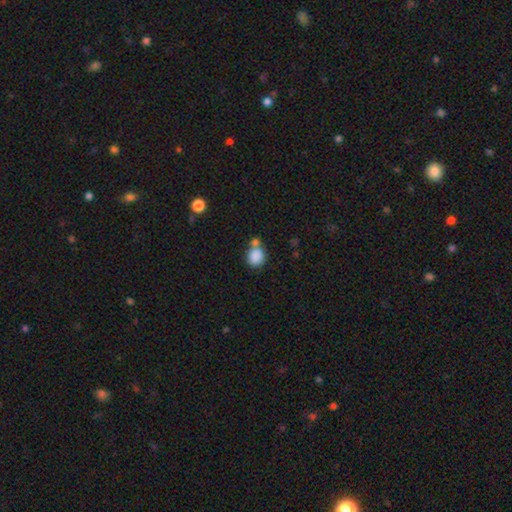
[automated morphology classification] A smooth galaxy with no disk features (86%) that is round (77%).

Vote fractions:
- Smooth or featured? smooth: 86% / star or artifact: 9% / featured or disk: 5%
- How rounded? round: 77% / in between: 22% / cigar-shaped: 1%
- Merging? none: 53% / merger: 30% / minor disturbance: 12% / major disturbance: 4%